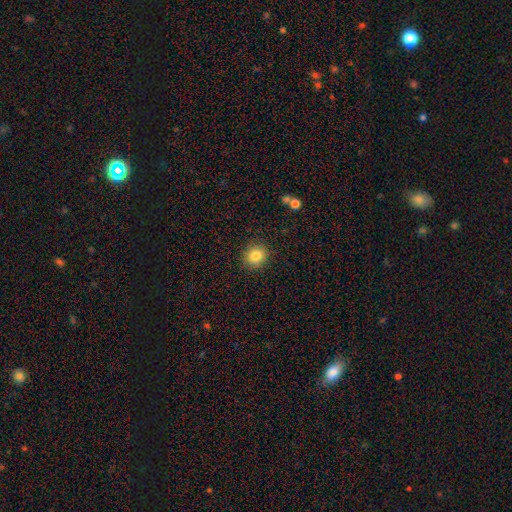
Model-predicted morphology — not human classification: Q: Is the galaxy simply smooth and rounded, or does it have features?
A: smooth — 84%.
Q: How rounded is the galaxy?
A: round — 79%.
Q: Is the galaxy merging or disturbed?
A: none — 89%.